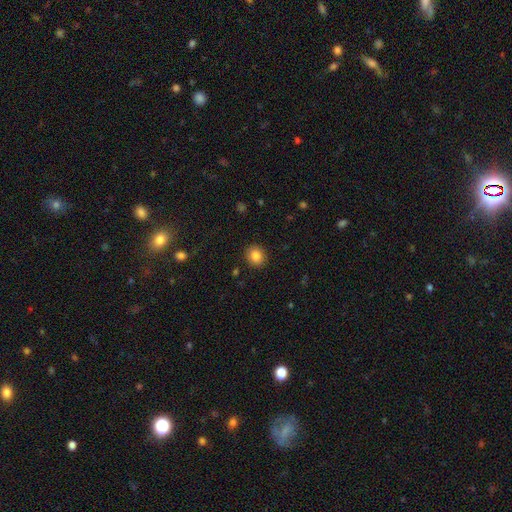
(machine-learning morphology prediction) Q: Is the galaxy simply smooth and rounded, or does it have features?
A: smooth — 85%.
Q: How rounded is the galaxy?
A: round — 80%.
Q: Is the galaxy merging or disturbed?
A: none — 91%.